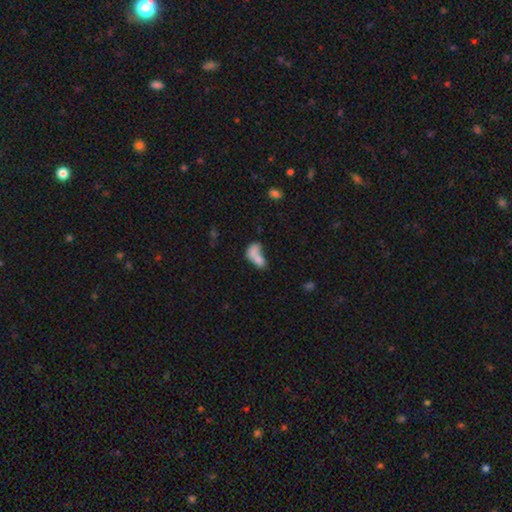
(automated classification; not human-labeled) This is likely a smooth galaxy (74%). How rounded: clearly in between (81%). Merging: likely merger (67%).